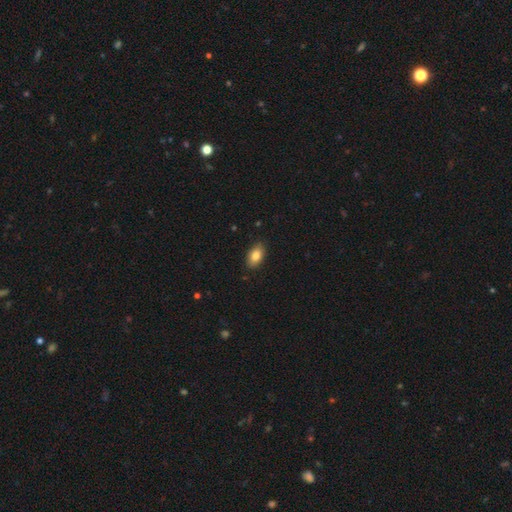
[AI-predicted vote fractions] A smooth galaxy with no disk features (83%) that is in between round and cigar-shaped (91%).

Vote fractions:
- Smooth or featured? smooth: 83% / featured or disk: 9% / star or artifact: 7%
- How rounded? in between: 91% / round: 7% / cigar-shaped: 3%
- Merging? none: 87% / minor disturbance: 10% / major disturbance: 2% / merger: 1%